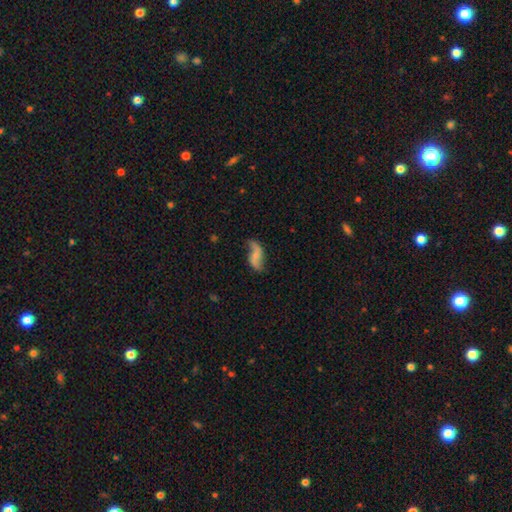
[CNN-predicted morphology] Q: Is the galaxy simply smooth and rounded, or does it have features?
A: featured or disk — 70%.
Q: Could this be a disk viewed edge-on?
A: no — 95%.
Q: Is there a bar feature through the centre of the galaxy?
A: no — 51%.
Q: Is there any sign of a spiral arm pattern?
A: yes — 91%.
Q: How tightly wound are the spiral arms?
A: loose — 87%.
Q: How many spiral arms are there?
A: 2 — 89%.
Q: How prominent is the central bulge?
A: small — 54%.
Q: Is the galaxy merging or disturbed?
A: none — 65%.